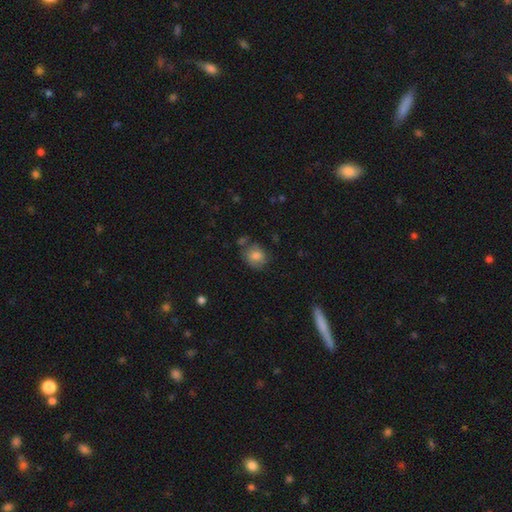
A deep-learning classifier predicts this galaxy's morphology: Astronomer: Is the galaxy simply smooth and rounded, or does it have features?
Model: smooth — 79%.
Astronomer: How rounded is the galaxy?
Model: round — 58% (runner-up: in between, 41%).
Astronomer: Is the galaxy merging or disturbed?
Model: none — 59%.